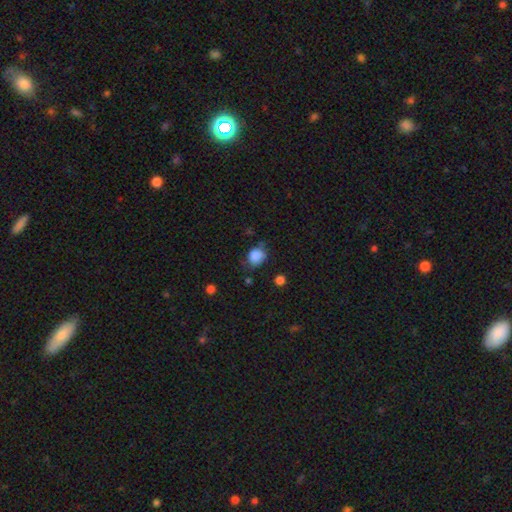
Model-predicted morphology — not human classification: Q: Smooth or featured?
A: smooth (84%); runner-up: star or artifact (10%)
Q: How rounded?
A: round (59%); runner-up: in between (40%)
Q: Merging?
A: none (55%); runner-up: minor disturbance (31%)